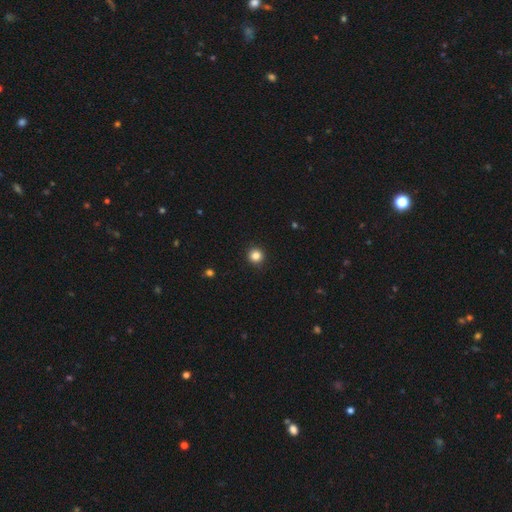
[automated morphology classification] smooth 84%, star or artifact 12%, featured or disk 4%. Down the decision tree: how rounded — round (96%); merging — none (93%).